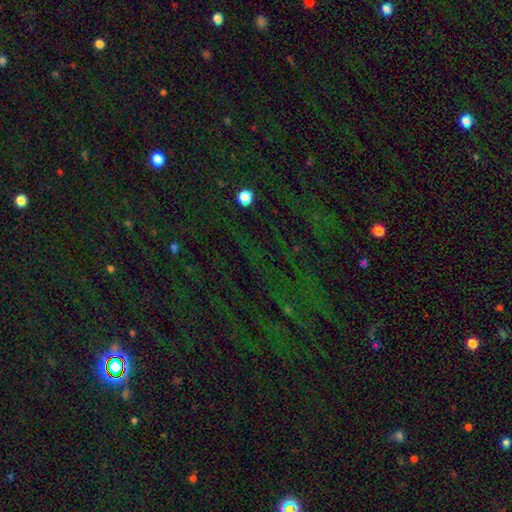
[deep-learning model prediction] Smooth or featured: star or artifact — 76% (smooth — 16%)